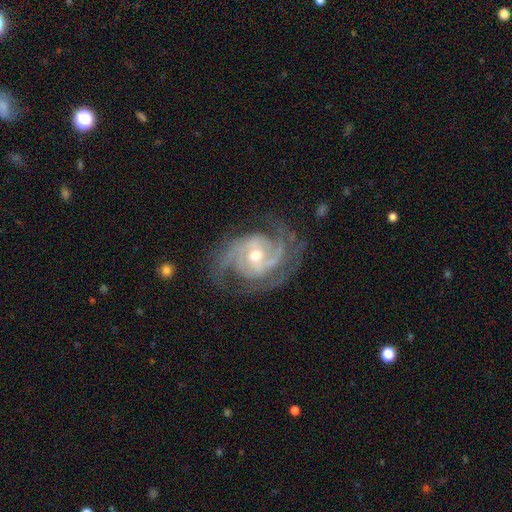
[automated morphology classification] A featured or disk galaxy (92%) with no bar (42%, tied with weak), 2 (40%) tight (49%) spiral arms (98%) and a moderate central bulge (67%). Merging: none (73%).